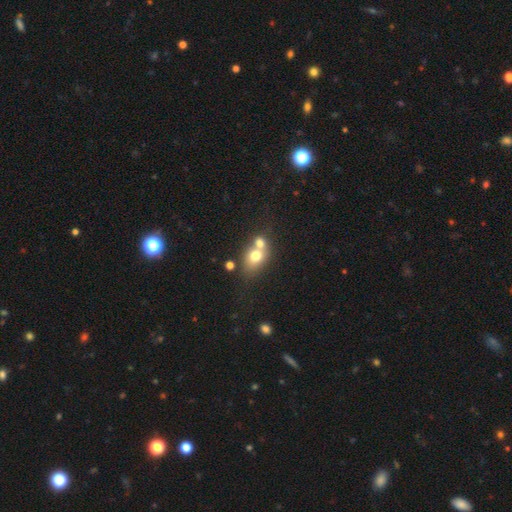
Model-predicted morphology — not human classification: Smooth or featured? smooth (69%)
How rounded? in between (51%)
Merging? merger (59%)